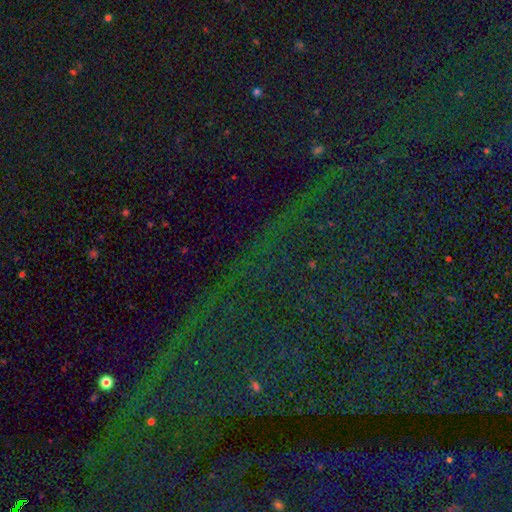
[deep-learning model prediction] A star or artifact, not a galaxy (84%).